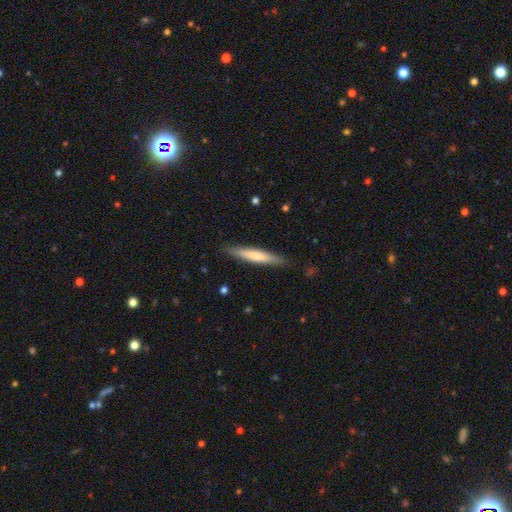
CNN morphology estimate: Overall: smooth (66%; featured or disk 29%). How rounded: cigar-shaped (93%). Merging: none (88%).